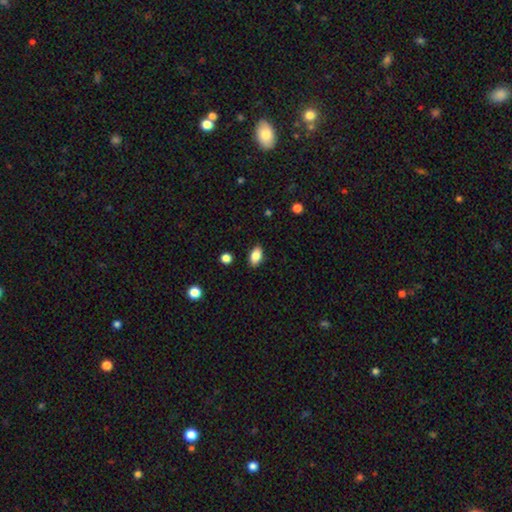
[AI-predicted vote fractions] Smooth or featured? smooth (85%)
How rounded? in between (91%)
Merging? none (87%)